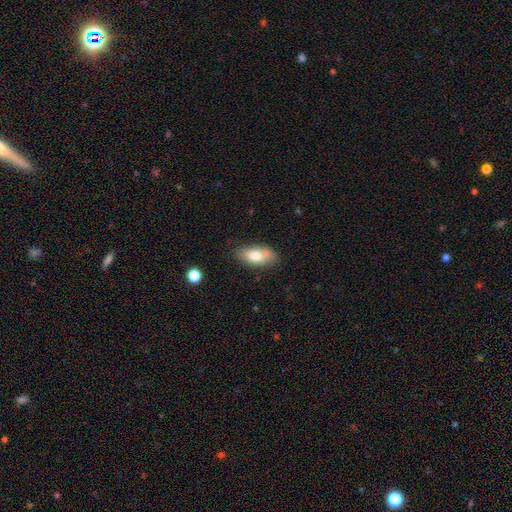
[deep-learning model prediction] Smooth or featured?
  - smooth: 77% *
  - featured or disk: 16%
  - star or artifact: 7%
How rounded?
  - in between: 88% *
  - cigar-shaped: 9%
  - round: 3%
Merging?
  - none: 79% *
  - minor disturbance: 16%
  - major disturbance: 3%
  - merger: 2%